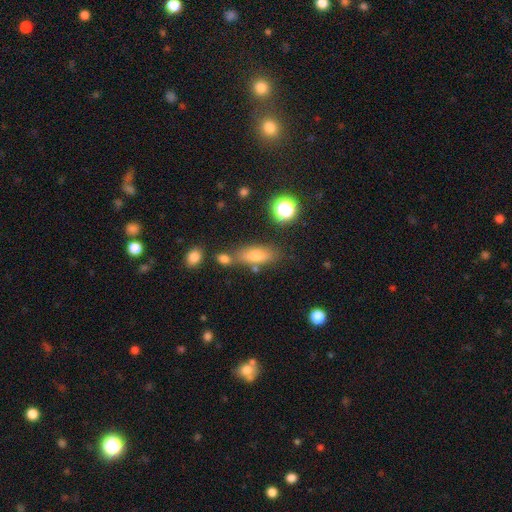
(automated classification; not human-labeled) Smooth or featured: smooth — 68% (featured or disk — 19%)
How rounded: in between — 65% (cigar-shaped — 29%)
Merging: none — 68% (minor disturbance — 14%)